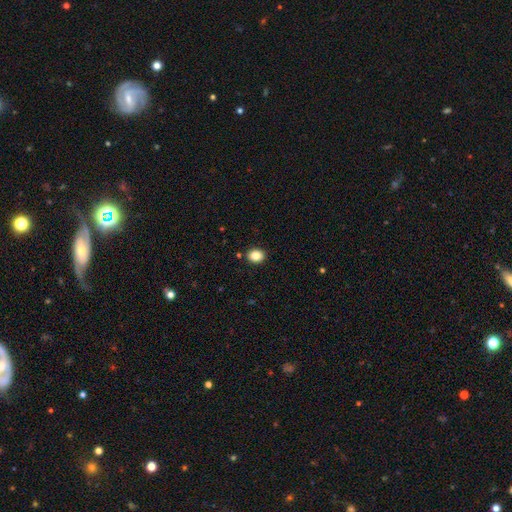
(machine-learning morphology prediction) A smooth galaxy with no disk features (84%) that is round (50%). Merging: none (89%).